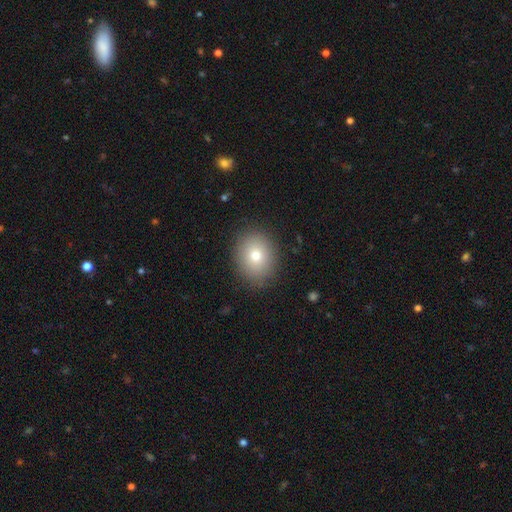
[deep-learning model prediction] A smooth galaxy with no disk features (76%) that is round (51%).

Vote fractions:
- Smooth or featured? smooth: 76% / featured or disk: 12% / star or artifact: 11%
- How rounded? round: 51% / in between: 48% / cigar-shaped: 1%
- Merging? none: 87% / minor disturbance: 9% / major disturbance: 3% / merger: 1%